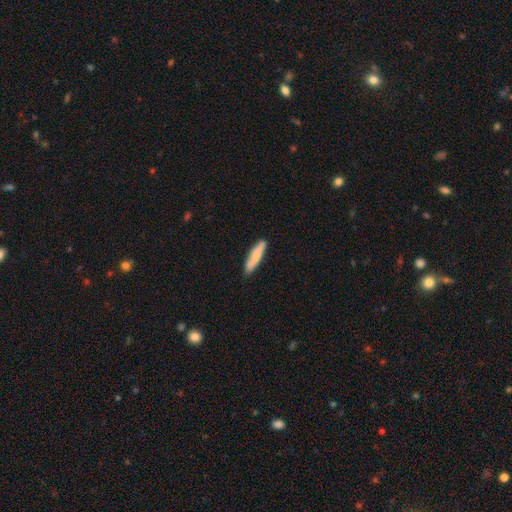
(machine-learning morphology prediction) The model was most divided on "smooth or featured": smooth: 73%, featured or disk: 22%, star or artifact: 5%. More confident: how rounded — cigar-shaped (82%); merging — none (81%).